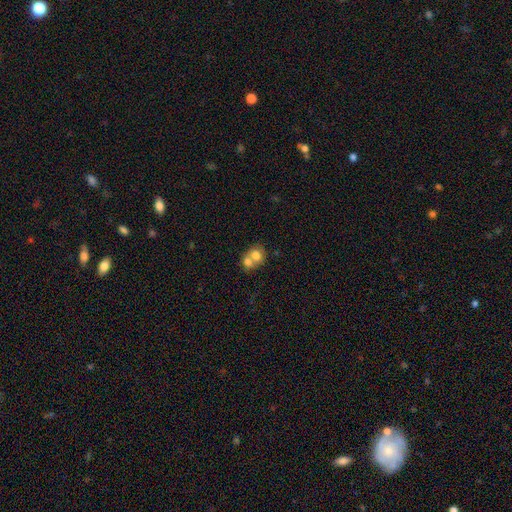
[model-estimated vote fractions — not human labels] Smooth or featured? smooth (72%)
How rounded? round (64%)
Merging? merger (68%)